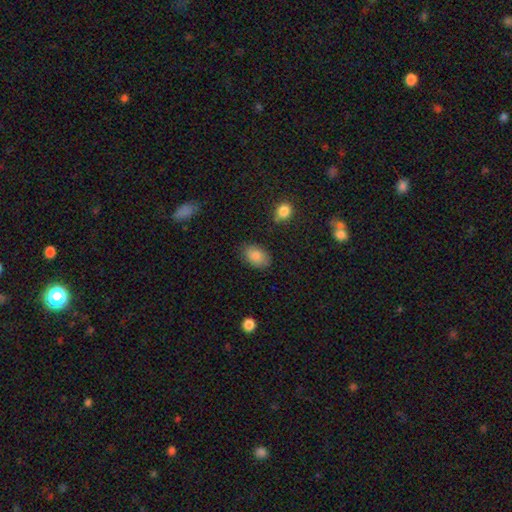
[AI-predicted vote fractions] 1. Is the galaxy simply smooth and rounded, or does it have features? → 85% smooth, 8% star or artifact, 8% featured or disk.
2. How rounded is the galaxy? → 87% in between, 11% round, 1% cigar-shaped.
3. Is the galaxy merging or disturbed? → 81% none, 14% minor disturbance, 3% major disturbance, 2% merger.